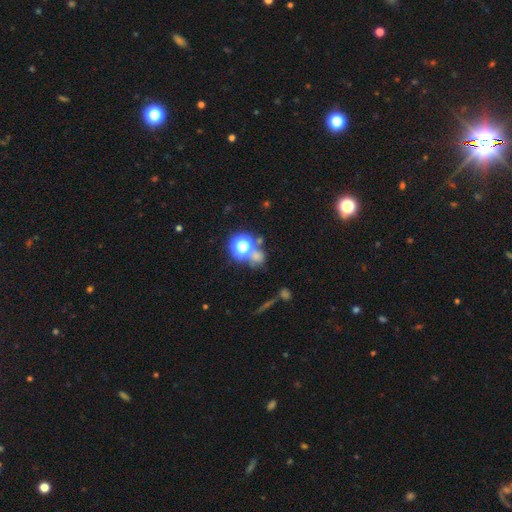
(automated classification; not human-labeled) This is possibly a smooth galaxy (50%). How rounded: clearly round (81%). Merging: possibly none (59%).